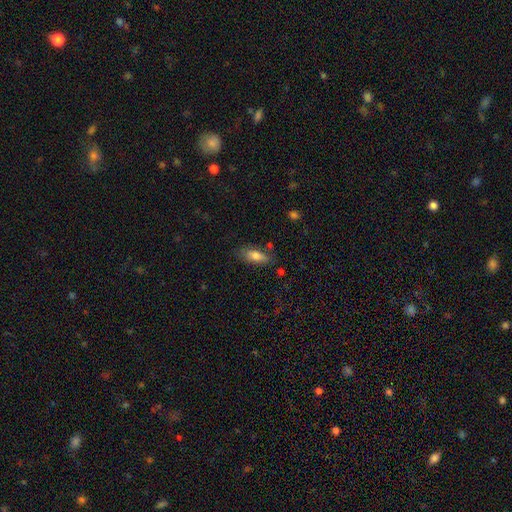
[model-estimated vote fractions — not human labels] Smooth or featured? smooth (74%)
How rounded? in between (77%)
Merging? none (72%)